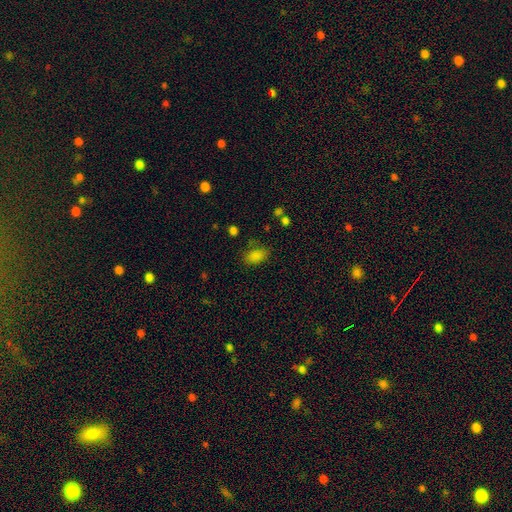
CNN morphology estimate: This is clearly a smooth galaxy (83%). How rounded: clearly in between (88%). Merging: likely none (71%).